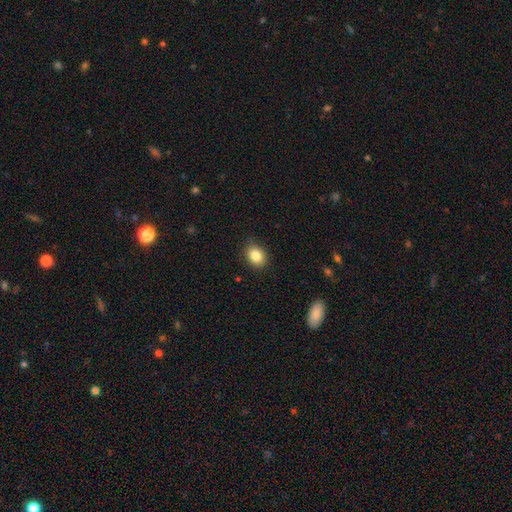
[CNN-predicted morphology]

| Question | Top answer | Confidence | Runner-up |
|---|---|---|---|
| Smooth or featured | smooth | 85% | star or artifact (9%) |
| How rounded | in between | 55% | round (44%) |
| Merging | none | 86% | minor disturbance (11%) |